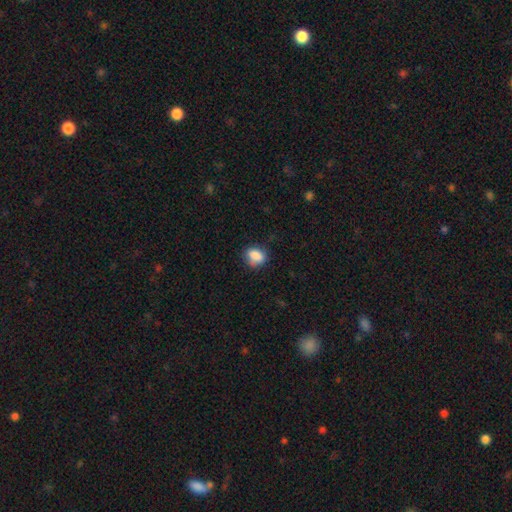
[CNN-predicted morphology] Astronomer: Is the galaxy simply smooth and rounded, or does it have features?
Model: smooth — 85%.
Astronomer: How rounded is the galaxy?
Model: in between — 64%.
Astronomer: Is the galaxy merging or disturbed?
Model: none — 70%.